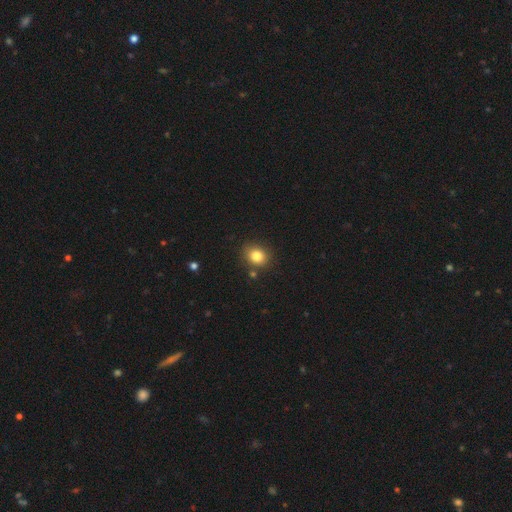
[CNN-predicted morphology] Smooth or featured? Predicted: smooth (p=0.82). How rounded? Predicted: round (p=0.66). Merging? Predicted: none (p=0.82).